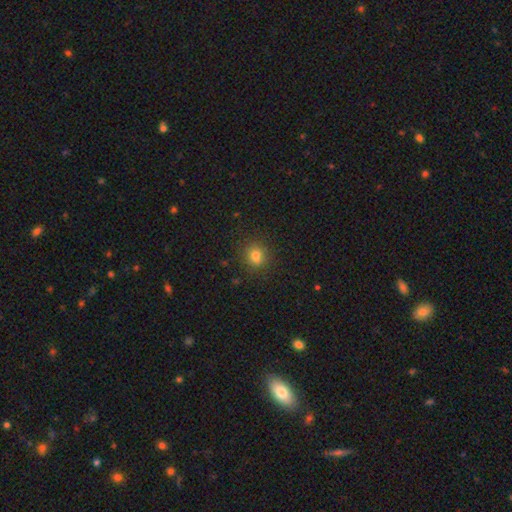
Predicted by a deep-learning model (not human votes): A smooth galaxy with no disk features (75%) that is round (75%). Merging: none (80%).